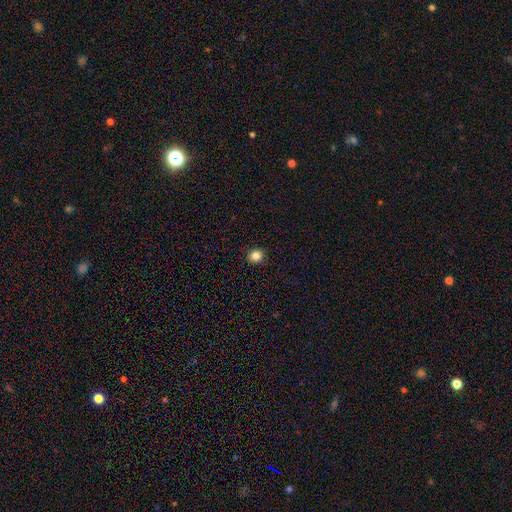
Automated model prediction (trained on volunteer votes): A smooth galaxy with no disk features (84%) that is round (80%). Merging: none (91%).